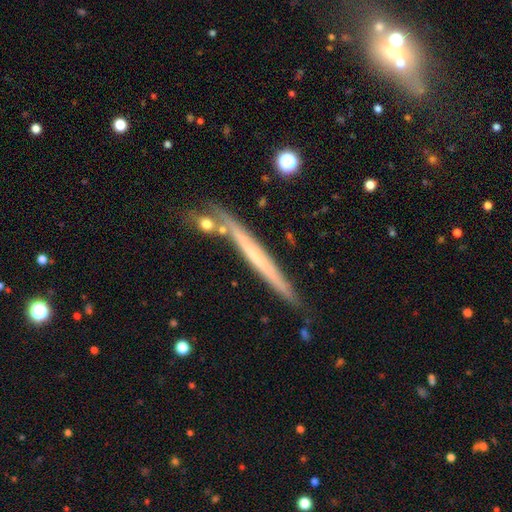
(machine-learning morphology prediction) Smooth or featured?
  - featured or disk: 58% *
  - smooth: 36%
  - star or artifact: 6%
Edge-on disk?
  - yes: 96% *
  - no: 4%
Edge-on bulge?
  - none: 81% *
  - rounded: 15%
  - boxy: 4%
Merging?
  - none: 82% *
  - minor disturbance: 11%
  - merger: 6%
  - major disturbance: 2%